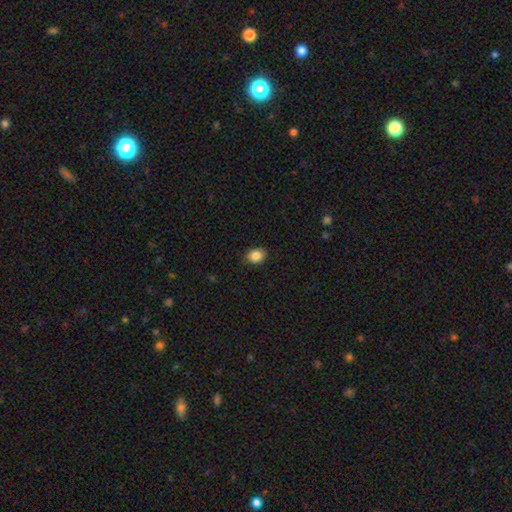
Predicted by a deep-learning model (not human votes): Smooth or featured? smooth (87%)
How rounded? in between (56%)
Merging? none (87%)